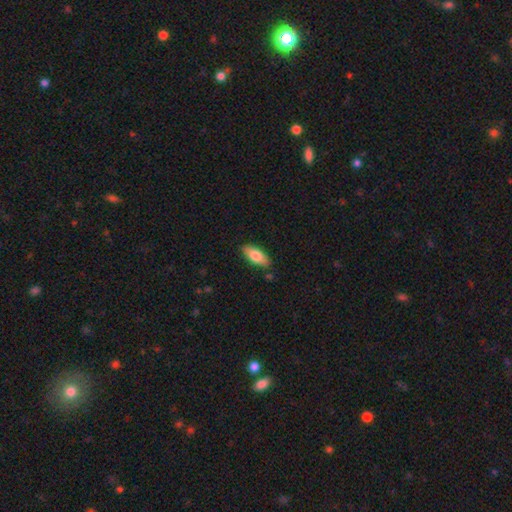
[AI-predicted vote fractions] Overall: smooth (79%). How rounded: in between (82%). Merging: none (84%).